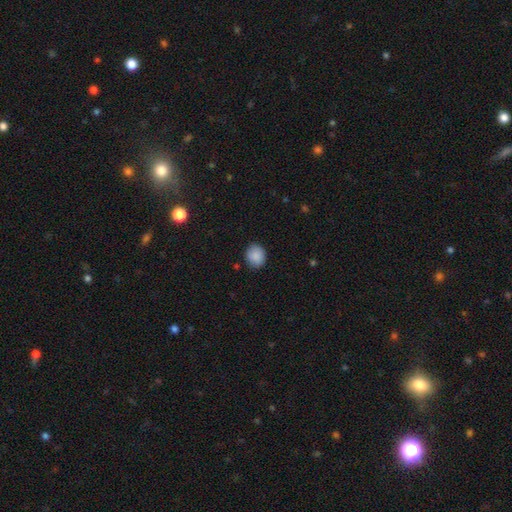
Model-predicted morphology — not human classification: Overall: smooth (89%). How rounded: round (70%). Merging: none (85%).